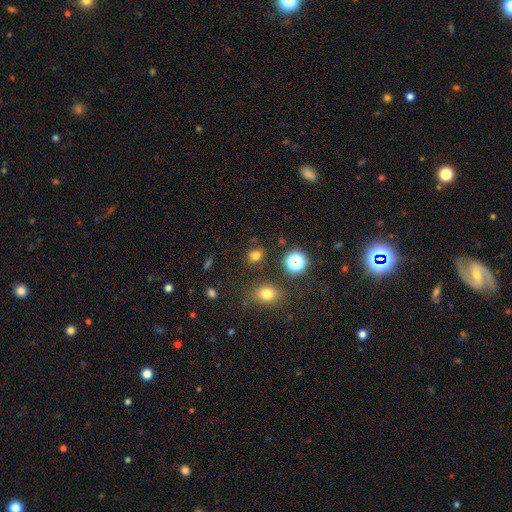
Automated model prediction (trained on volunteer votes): A smooth galaxy with no disk features (71%) that is in between round and cigar-shaped (52%). Merging: none (81%).